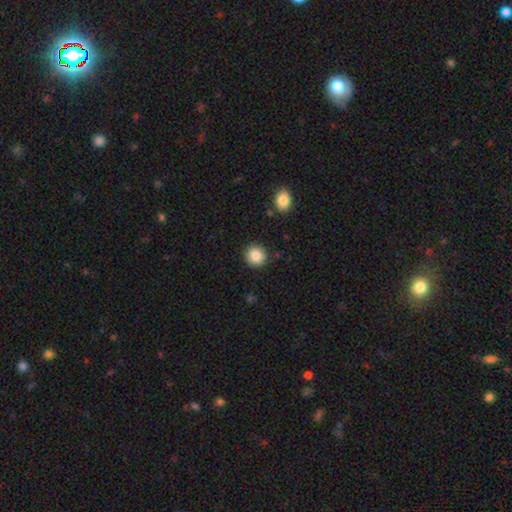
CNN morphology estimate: smooth 86%, star or artifact 9%, featured or disk 5%. Down the decision tree: how rounded — round (92%); merging — none (91%).